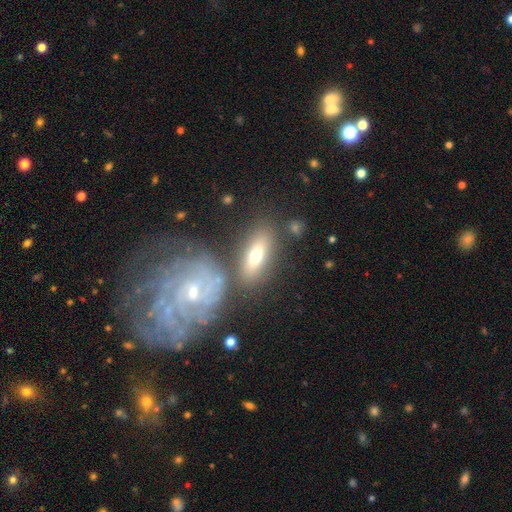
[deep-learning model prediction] Overall: smooth (61%; featured or disk 31%). How rounded: in between (71%). Merging: none (72%).